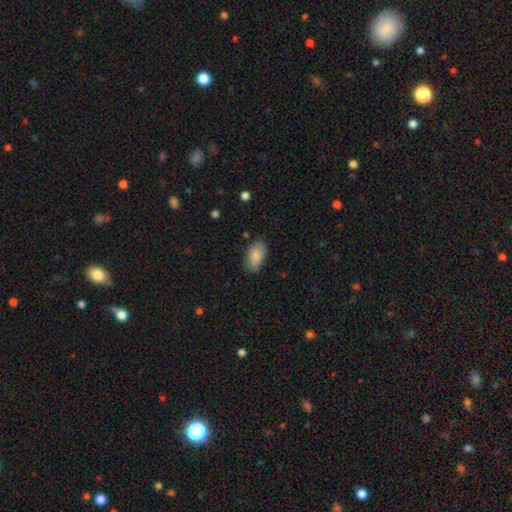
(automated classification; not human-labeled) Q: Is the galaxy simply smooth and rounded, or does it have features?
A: smooth — 86%.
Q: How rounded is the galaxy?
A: in between — 94%.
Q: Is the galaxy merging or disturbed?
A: none — 82%.